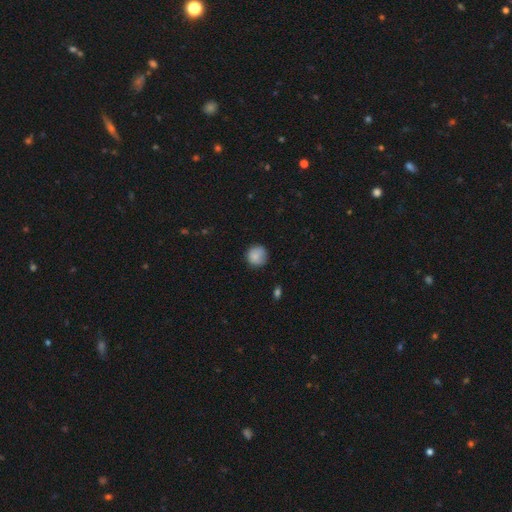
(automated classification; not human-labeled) This is clearly a smooth galaxy (85%). How rounded: clearly round (93%). Merging: clearly none (82%).